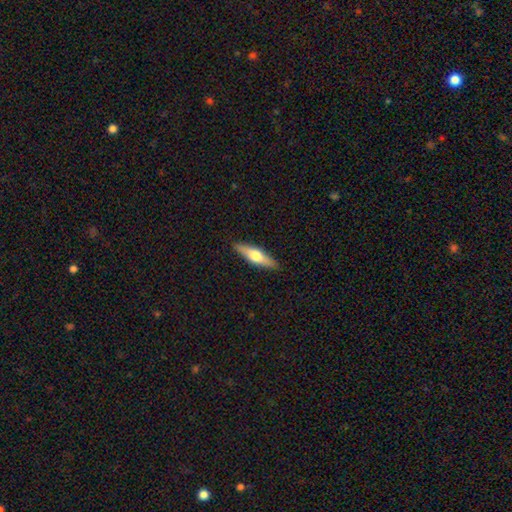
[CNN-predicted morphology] Smooth or featured? Predicted: featured or disk (p=0.49). Merging? Predicted: none (p=0.89).